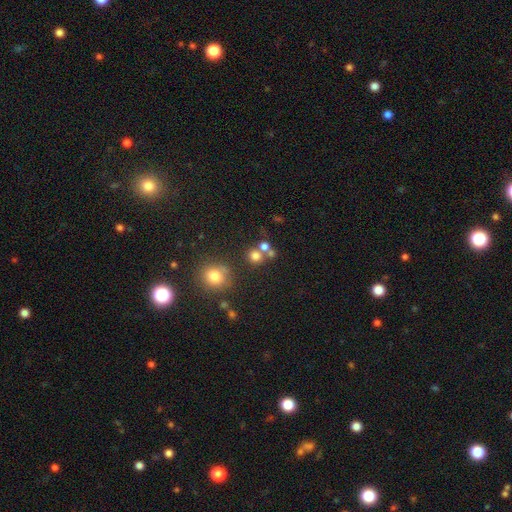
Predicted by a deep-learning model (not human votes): This appears to be a smooth galaxy with no disk features (73%) that is round (86%). Merging: none (58%).